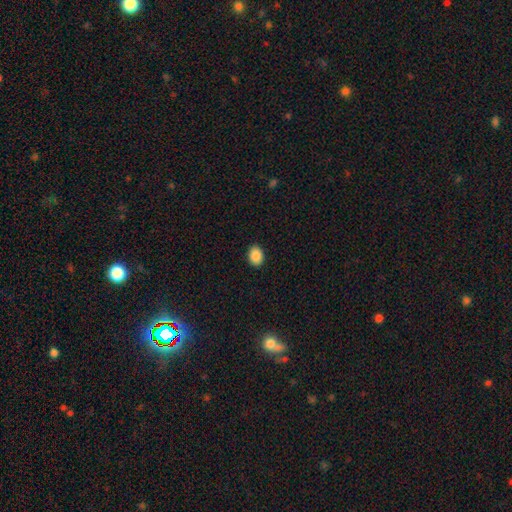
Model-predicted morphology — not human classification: Overall: smooth (89%). How rounded: in between (66%; round 33%). Merging: none (91%).